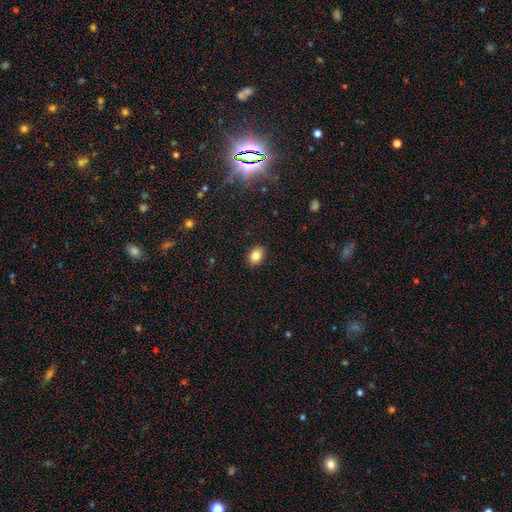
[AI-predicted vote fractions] smooth 83%, star or artifact 9%, featured or disk 8%. Down the decision tree: how rounded — in between (72%); merging — none (89%).